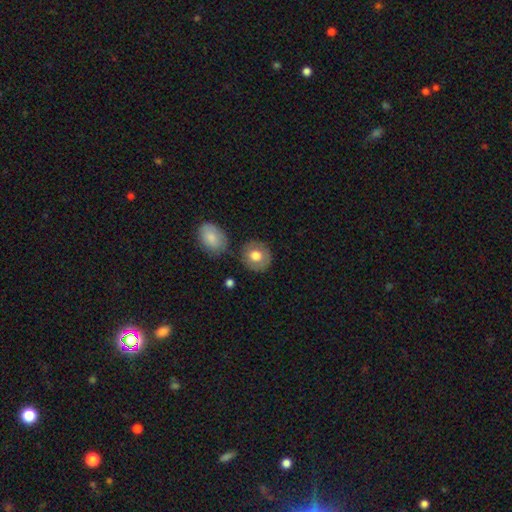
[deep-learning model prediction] Smooth or featured? Predicted: smooth (p=0.74). How rounded? Predicted: round (p=0.83). Merging? Predicted: none (p=0.77).